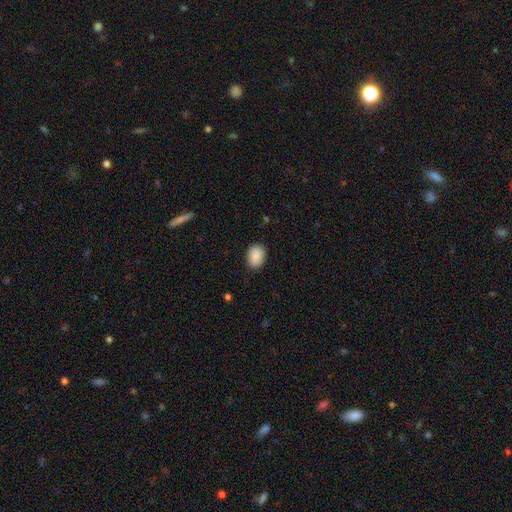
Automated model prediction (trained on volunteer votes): Smooth or featured? Predicted: smooth (p=0.89). How rounded? Predicted: in between (p=0.77). Merging? Predicted: none (p=0.85).